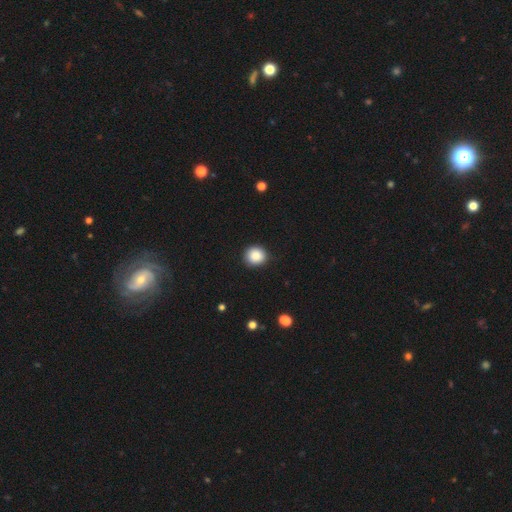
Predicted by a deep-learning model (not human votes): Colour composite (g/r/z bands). It shows a smooth galaxy with no disk features (87%) that is round (89%). Merging: none (88%).